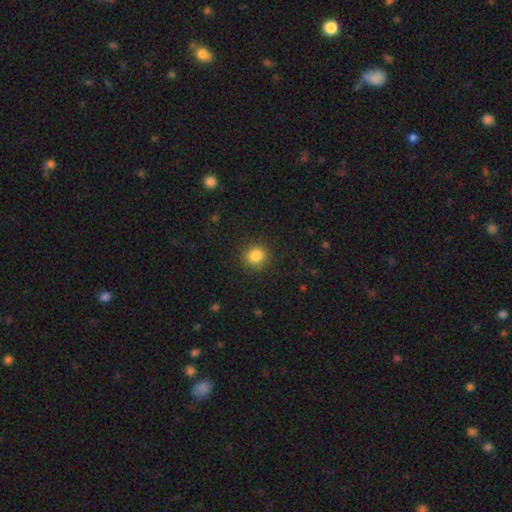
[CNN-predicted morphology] A smooth galaxy with no disk features (84%) that is round (90%). Merging: none (90%).